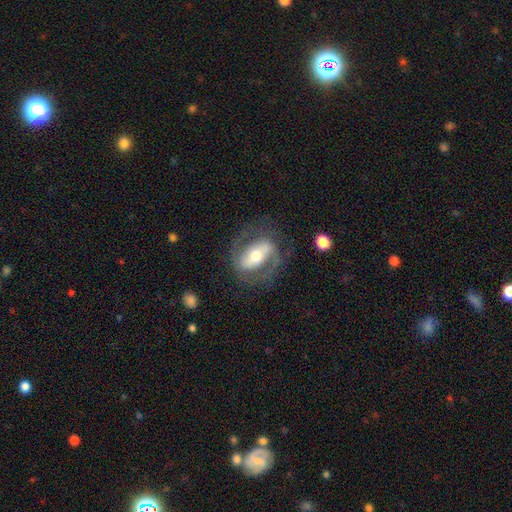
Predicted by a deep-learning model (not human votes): Morphology: type=featured or disk (79%); edge-on=no (95%); bar=strong (54%); spiral arms=yes (83%); winding=medium (51%); arm count=2 (86%); bulge=moderate (68%); merging=none (73%).